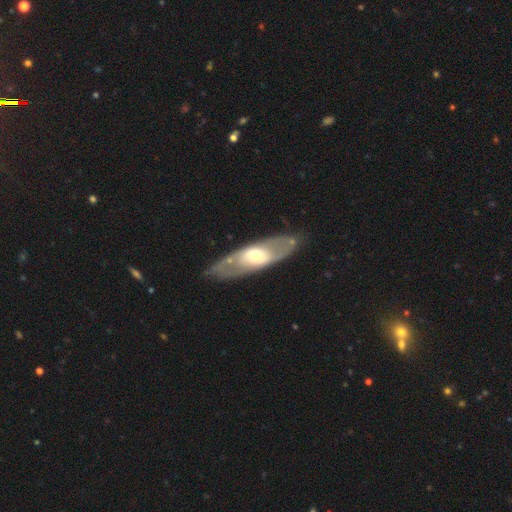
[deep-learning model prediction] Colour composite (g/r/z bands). It shows a featured or disk galaxy (63%). Merging: none (77%).